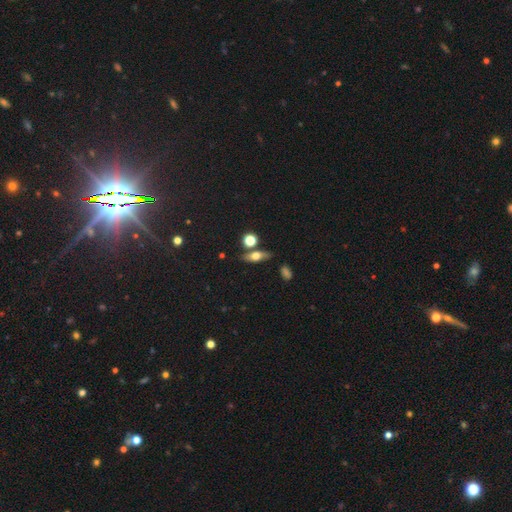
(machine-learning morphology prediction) Q: Smooth or featured?
A: smooth (50%); runner-up: featured or disk (39%)
Q: Merging?
A: none (76%); runner-up: minor disturbance (11%)